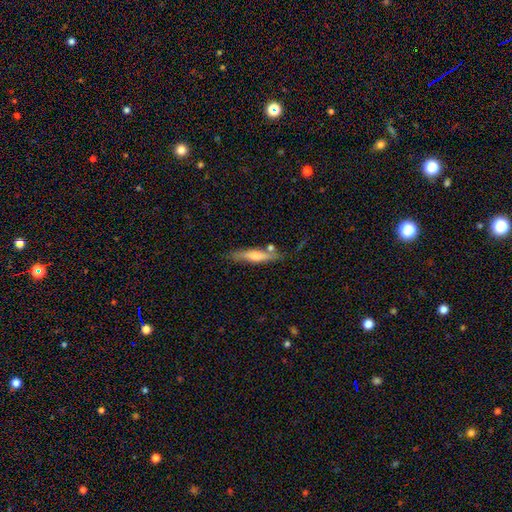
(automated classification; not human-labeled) Smooth or featured? smooth (50%)
How rounded? cigar-shaped (80%)
Merging? none (69%)